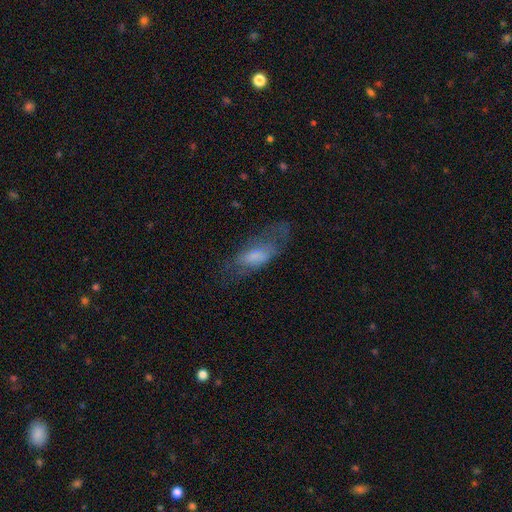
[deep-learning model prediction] Smooth or featured? Predicted: smooth (p=0.57). How rounded? Predicted: in between (p=0.74). Merging? Predicted: none (p=0.43).